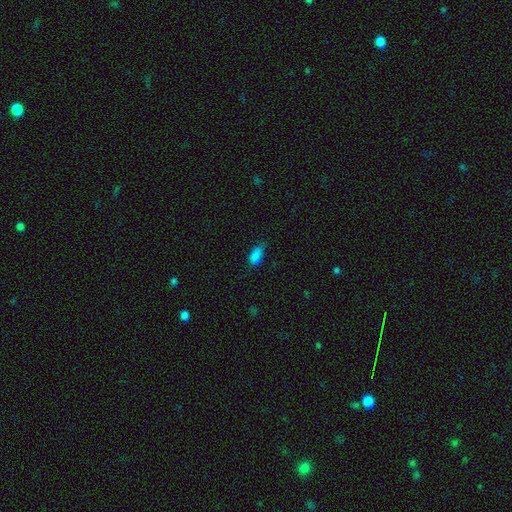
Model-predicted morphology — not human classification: Overall: smooth (86%). How rounded: in between (91%). Merging: none (61%; minor disturbance 31%).